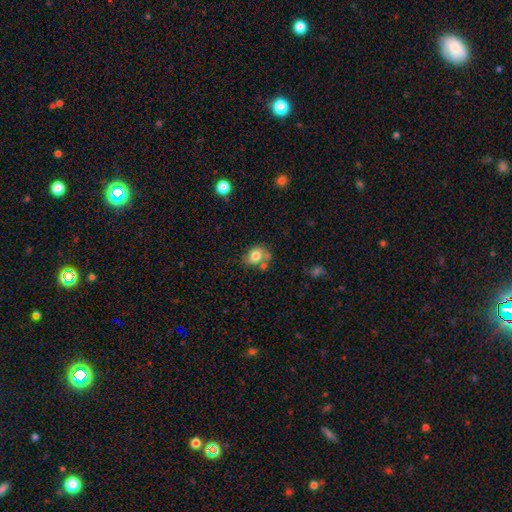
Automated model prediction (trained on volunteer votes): smooth 77%, featured or disk 13%, star or artifact 10%. Down the decision tree: how rounded — in between (52%); merging — none (49%).